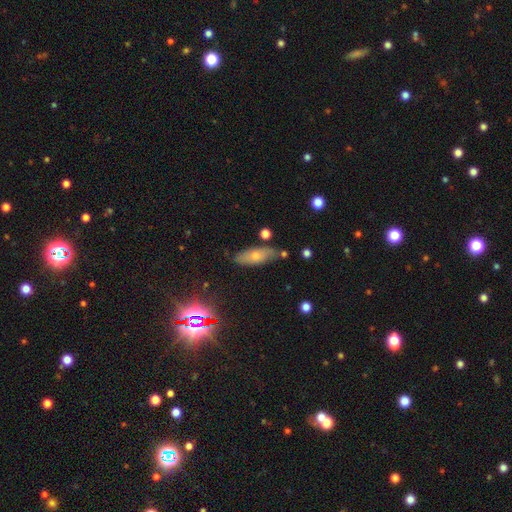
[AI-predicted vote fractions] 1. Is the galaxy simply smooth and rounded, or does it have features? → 66% smooth, 25% featured or disk, 9% star or artifact.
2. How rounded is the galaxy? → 69% in between, 28% cigar-shaped, 3% round.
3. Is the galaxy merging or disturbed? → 76% none, 16% minor disturbance, 4% merger, 3% major disturbance.